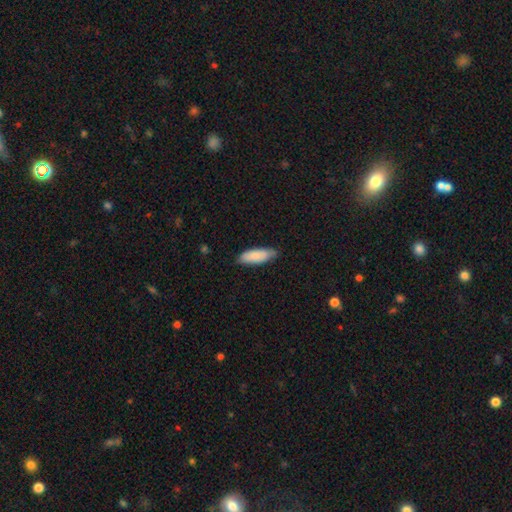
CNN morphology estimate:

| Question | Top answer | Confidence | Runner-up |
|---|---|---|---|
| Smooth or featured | smooth | 83% | featured or disk (11%) |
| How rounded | in between | 63% | cigar-shaped (36%) |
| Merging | none | 76% | minor disturbance (20%) |